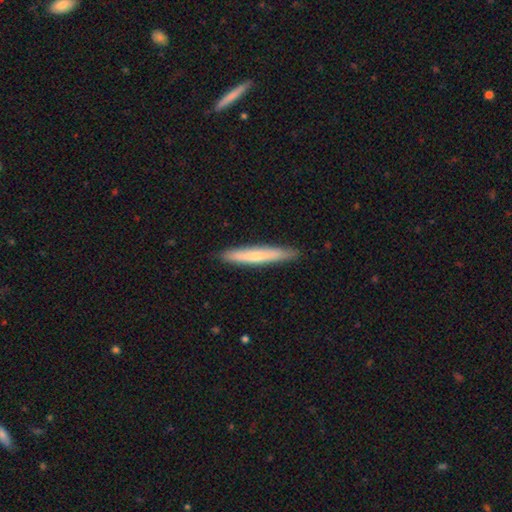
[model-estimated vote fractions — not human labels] This appears to be a smooth galaxy with no disk features (62%) that is cigar-shaped (95%). Merging: none (89%).